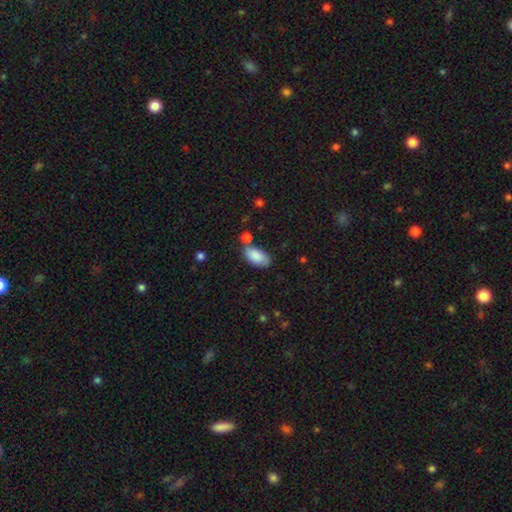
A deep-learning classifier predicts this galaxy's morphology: smooth_or_featured: smooth (p=0.86) [alt: featured or disk p=0.07]
how_rounded: in between (p=0.94) [alt: cigar-shaped p=0.03]
merging: none (p=0.62) [alt: minor disturbance p=0.19]